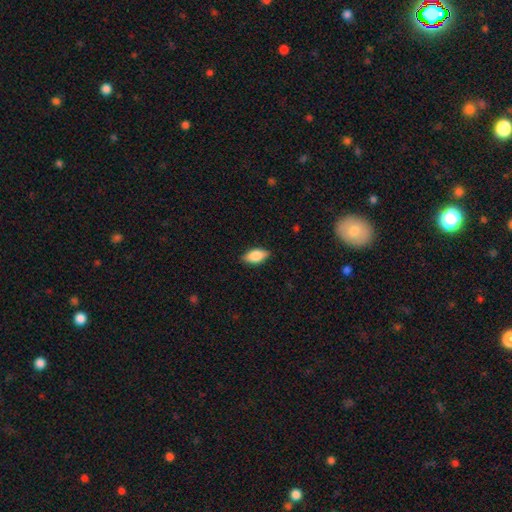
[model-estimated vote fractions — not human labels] A smooth galaxy with no disk features (83%) that is in between round and cigar-shaped (90%).

Vote fractions:
- Smooth or featured? smooth: 83% / featured or disk: 11% / star or artifact: 7%
- How rounded? in between: 90% / cigar-shaped: 7% / round: 3%
- Merging? none: 86% / minor disturbance: 11% / major disturbance: 2% / merger: 1%